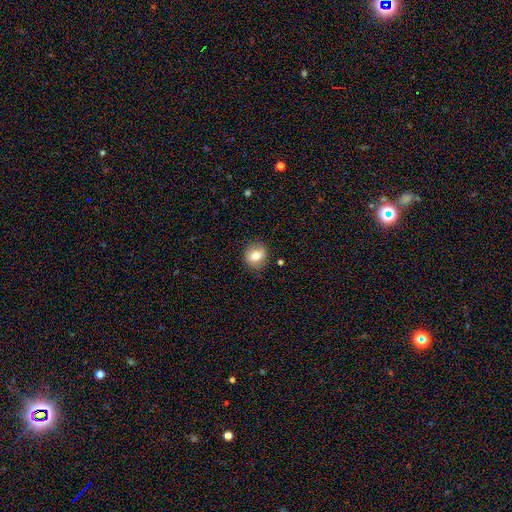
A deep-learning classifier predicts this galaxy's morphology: smooth 77%, featured or disk 14%, star or artifact 10%. Down the decision tree: how rounded — round (77%); merging — none (84%).